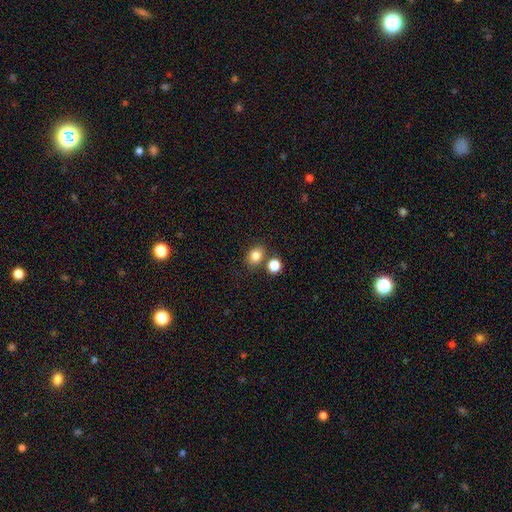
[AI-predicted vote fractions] Q: Smooth or featured?
A: smooth (83%); runner-up: star or artifact (11%)
Q: How rounded?
A: round (53%); runner-up: in between (46%)
Q: Merging?
A: none (72%); runner-up: merger (14%)